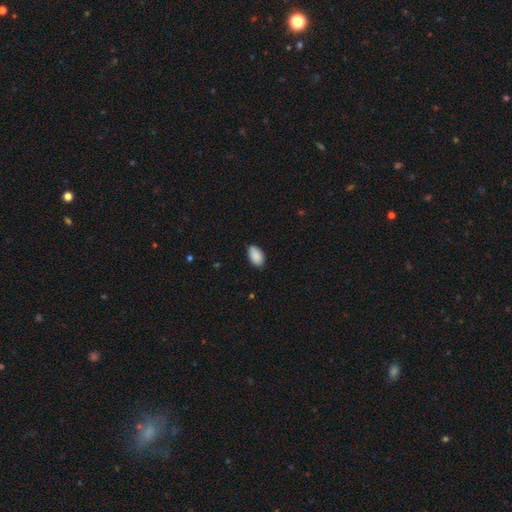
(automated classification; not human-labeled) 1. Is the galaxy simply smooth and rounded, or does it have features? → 90% smooth, 7% star or artifact, 4% featured or disk.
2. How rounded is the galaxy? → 94% in between, 5% round, 1% cigar-shaped.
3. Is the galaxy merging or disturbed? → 82% none, 15% minor disturbance, 2% major disturbance, 1% merger.